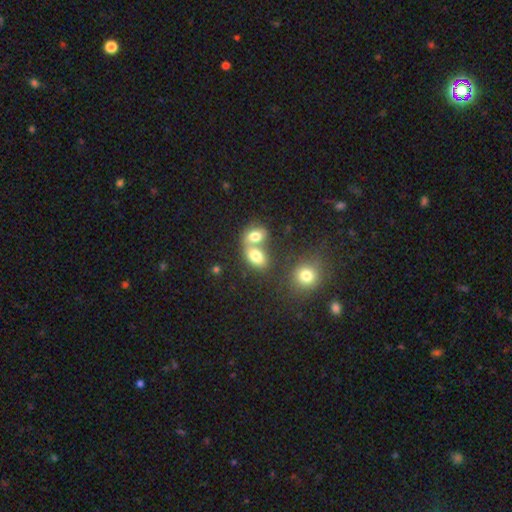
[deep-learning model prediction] A smooth galaxy with no disk features (77%) that is in between round and cigar-shaped (75%).

Vote fractions:
- Smooth or featured? smooth: 77% / featured or disk: 13% / star or artifact: 11%
- How rounded? in between: 75% / round: 23% / cigar-shaped: 2%
- Merging? merger: 57% / none: 31% / minor disturbance: 8% / major disturbance: 4%